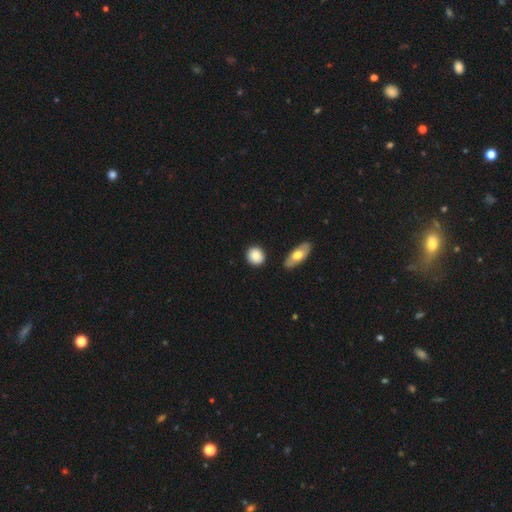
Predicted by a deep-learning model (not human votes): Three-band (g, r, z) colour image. It shows a smooth galaxy with no disk features (86%) that is round (72%). Merging: none (85%).